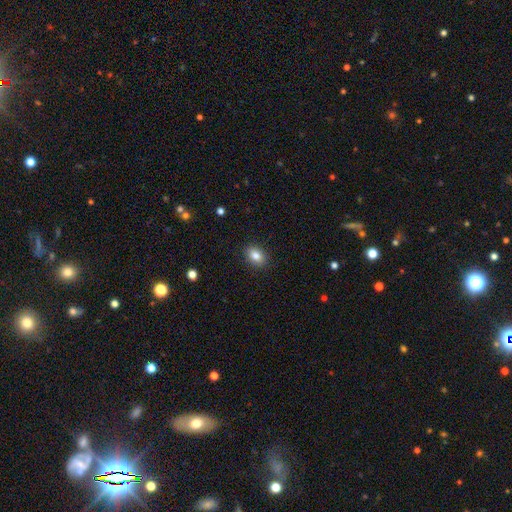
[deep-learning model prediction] smooth_or_featured: smooth (p=0.84) [alt: star or artifact p=0.09]
how_rounded: in between (p=0.72) [alt: round p=0.27]
merging: none (p=0.89) [alt: minor disturbance p=0.08]